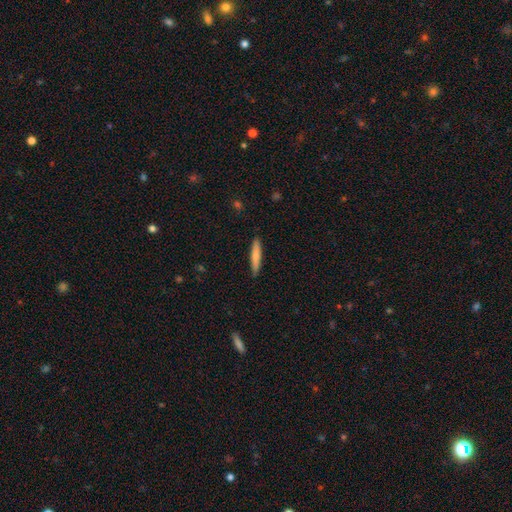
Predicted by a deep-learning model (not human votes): Smooth or featured?
  - smooth: 75% *
  - featured or disk: 19%
  - star or artifact: 5%
How rounded?
  - cigar-shaped: 92% *
  - in between: 7%
  - round: 1%
Merging?
  - none: 90% *
  - minor disturbance: 8%
  - major disturbance: 2%
  - merger: 1%